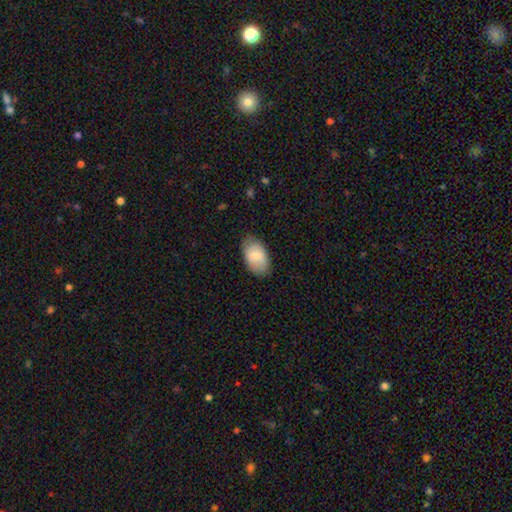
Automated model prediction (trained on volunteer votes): Smooth or featured? smooth (76%)
How rounded? in between (93%)
Merging? none (77%)